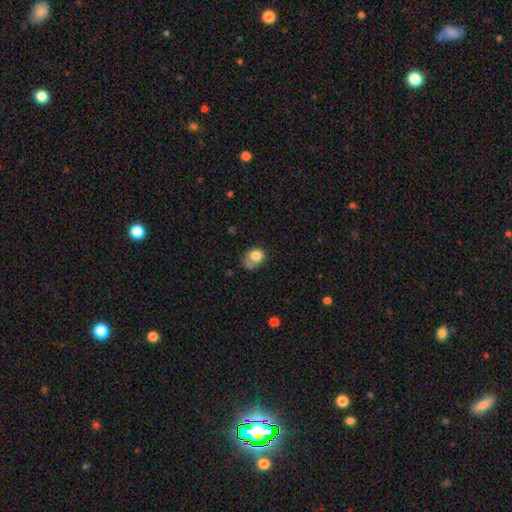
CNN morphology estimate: This appears to be a smooth galaxy with no disk features (79%) that is round (57%). Merging: none (37%).